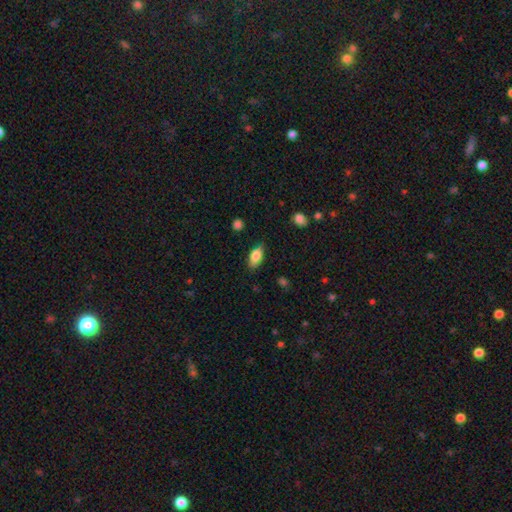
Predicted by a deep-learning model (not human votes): smooth-or-featured: smooth: 76% | featured or disk: 17% | star or artifact: 7%
  how-rounded: in between: 85% | cigar-shaped: 10% | round: 5%
  merging: none: 79% | minor disturbance: 17% | major disturbance: 3% | merger: 1%